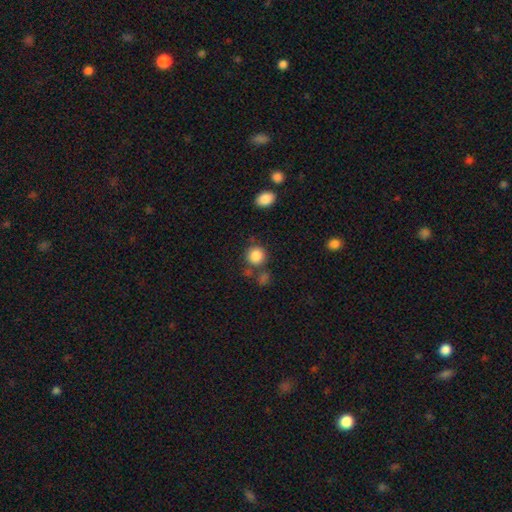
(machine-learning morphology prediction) smooth 86%, star or artifact 10%, featured or disk 5%. Down the decision tree: how rounded — round (89%); merging — none (73%).